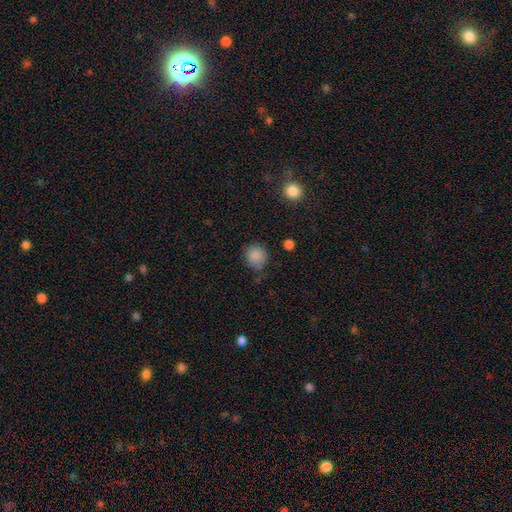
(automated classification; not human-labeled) smooth-or-featured: smooth: 86% | star or artifact: 10% | featured or disk: 4%
  how-rounded: round: 83% | in between: 16% | cigar-shaped: 1%
  merging: none: 72% | minor disturbance: 20% | major disturbance: 5% | merger: 3%